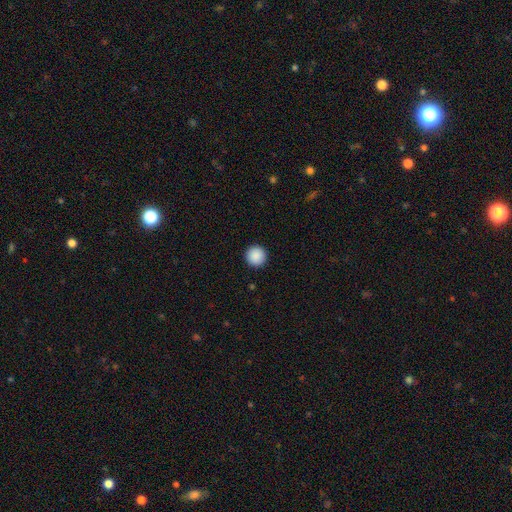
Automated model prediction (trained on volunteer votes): smooth_or_featured: smooth (p=0.90) [alt: star or artifact p=0.08]
how_rounded: round (p=0.96) [alt: in between p=0.03]
merging: none (p=0.93) [alt: minor disturbance p=0.04]